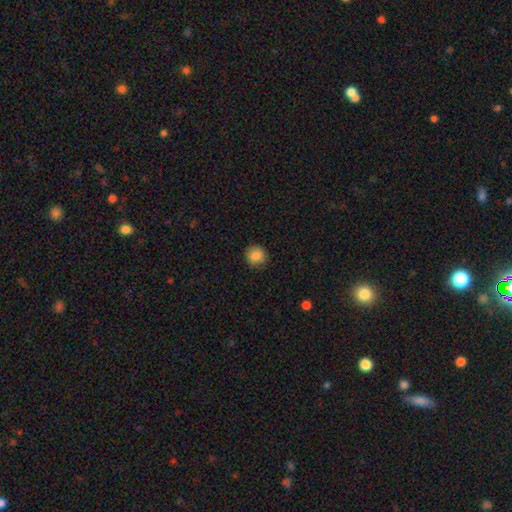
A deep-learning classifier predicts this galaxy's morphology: Smooth or featured? smooth (86%)
How rounded? round (90%)
Merging? none (87%)